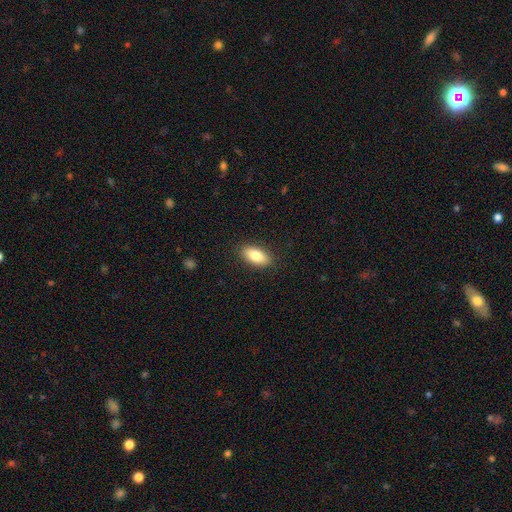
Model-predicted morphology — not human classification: smooth_or_featured: smooth (p=0.83) [alt: featured or disk p=0.10]
how_rounded: in between (p=0.89) [alt: cigar-shaped p=0.08]
merging: none (p=0.88) [alt: minor disturbance p=0.09]